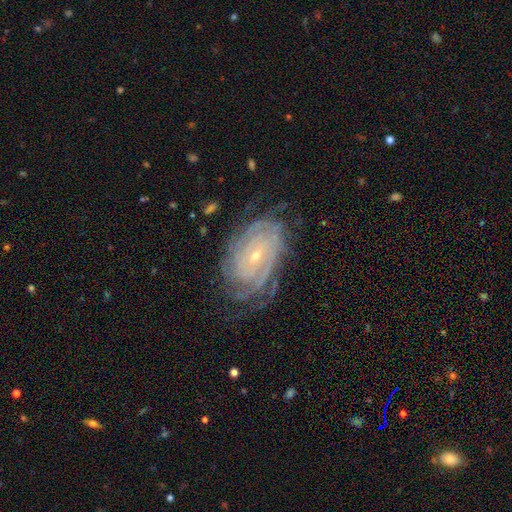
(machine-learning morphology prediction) Overall: featured or disk (88%). Edge-on disk: no (96%). Bar: no (59%; weak 29%). Spiral arms: yes (98%). Spiral arm count: can't tell (29%; 4 20%). Spiral winding: tight (82%). Bulge size: small (77%). Merging: none (72%).